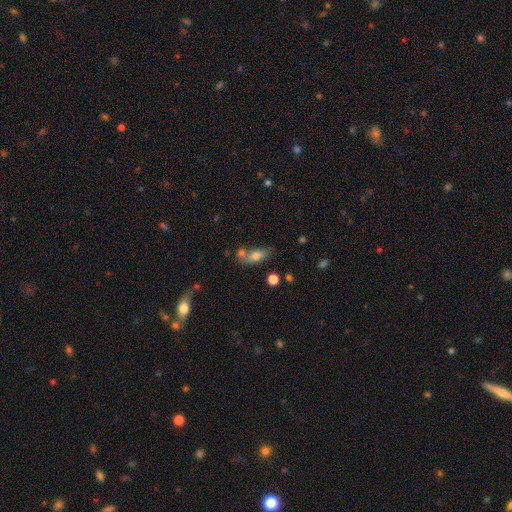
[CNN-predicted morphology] Overall: smooth (71%). How rounded: in between (75%). Merging: none (51%; merger 26%).